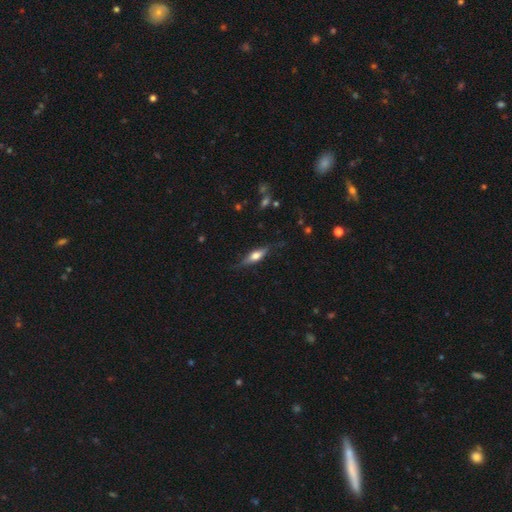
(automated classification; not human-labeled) The model was most divided on "smooth or featured" (2-way tie): smooth: 47%, featured or disk: 47%, star or artifact: 6%. More confident: merging — none (75%).